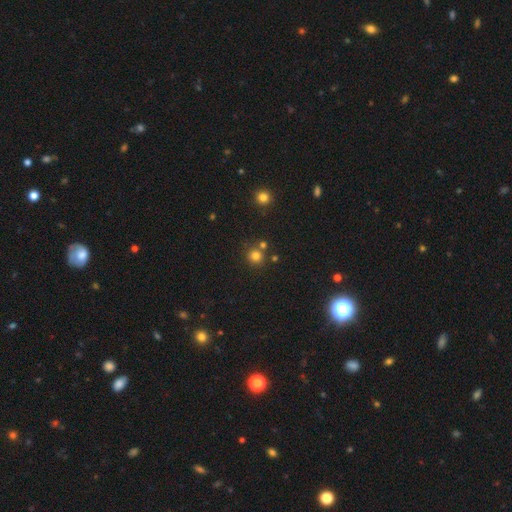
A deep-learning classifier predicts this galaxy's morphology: A smooth galaxy with no disk features (78%) that is round (92%). Merging: none (74%).